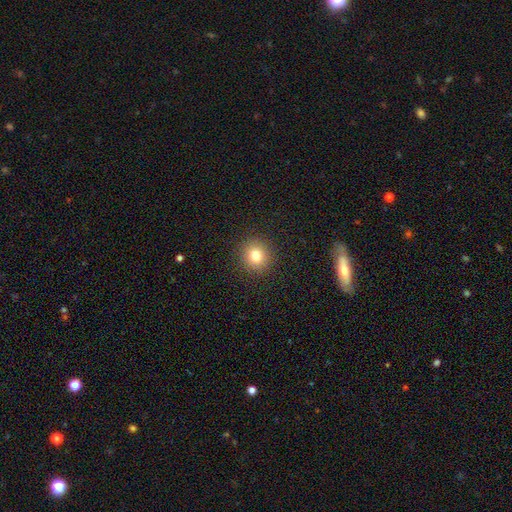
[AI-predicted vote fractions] Smooth or featured? smooth (80%)
How rounded? round (91%)
Merging? none (91%)